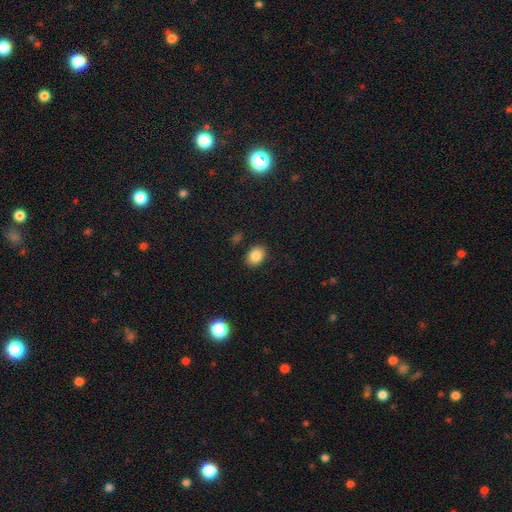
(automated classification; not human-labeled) This appears to be a smooth galaxy with no disk features (84%) that is in between round and cigar-shaped (63%). Merging: none (87%).